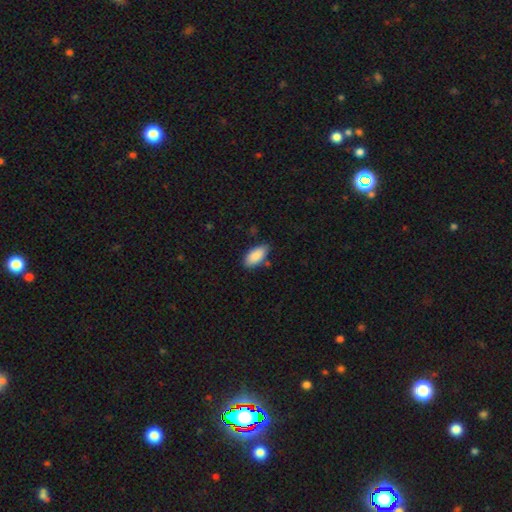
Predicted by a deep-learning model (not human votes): This is clearly a smooth galaxy (89%). How rounded: clearly in between (91%). Merging: likely none (77%).